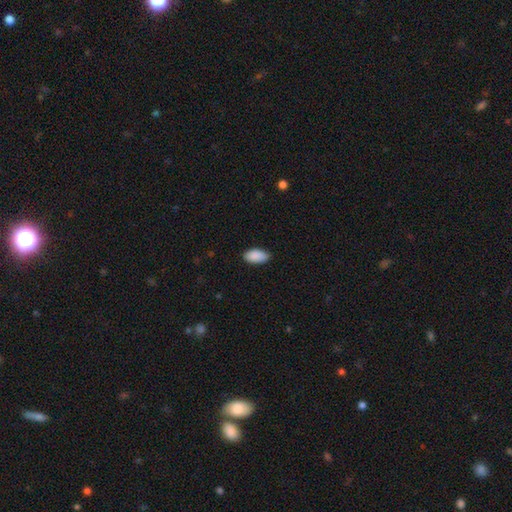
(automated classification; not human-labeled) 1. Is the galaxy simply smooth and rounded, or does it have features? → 91% smooth, 6% star or artifact, 3% featured or disk.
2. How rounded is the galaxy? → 95% in between, 3% cigar-shaped, 3% round.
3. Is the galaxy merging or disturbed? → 86% none, 11% minor disturbance, 2% major disturbance, 1% merger.